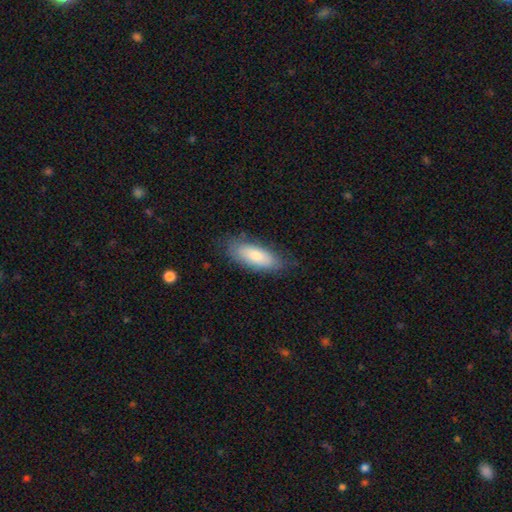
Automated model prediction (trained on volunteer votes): The model was most divided on "how rounded": in between: 77%, cigar-shaped: 21%, round: 2%. More confident: merging — none (77%); smooth or featured — smooth (77%).